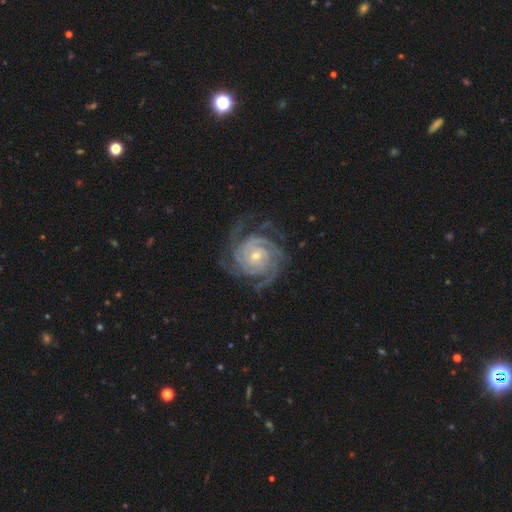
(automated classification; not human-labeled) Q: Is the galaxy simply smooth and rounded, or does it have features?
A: featured or disk — 93%.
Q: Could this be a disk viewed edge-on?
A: no — 98%.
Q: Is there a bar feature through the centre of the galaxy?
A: no — 68%.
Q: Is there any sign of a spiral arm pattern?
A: yes — 99%.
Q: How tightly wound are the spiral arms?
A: tight — 79%.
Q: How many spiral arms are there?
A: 4 — 31%.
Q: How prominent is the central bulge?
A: small — 65%.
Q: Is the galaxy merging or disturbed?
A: none — 76%.